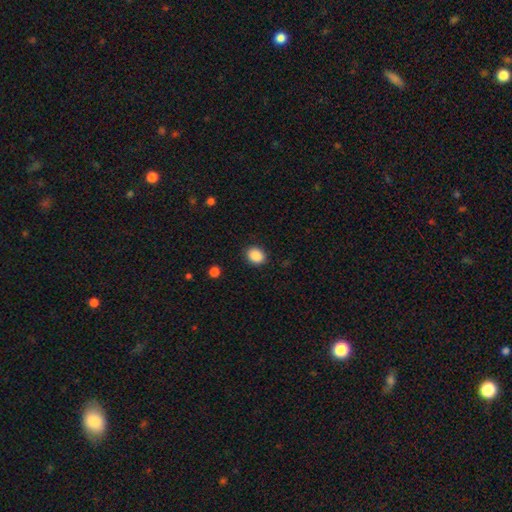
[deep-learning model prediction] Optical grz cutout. It shows a smooth galaxy with no disk features (89%) that is round (53%). Merging: none (89%).